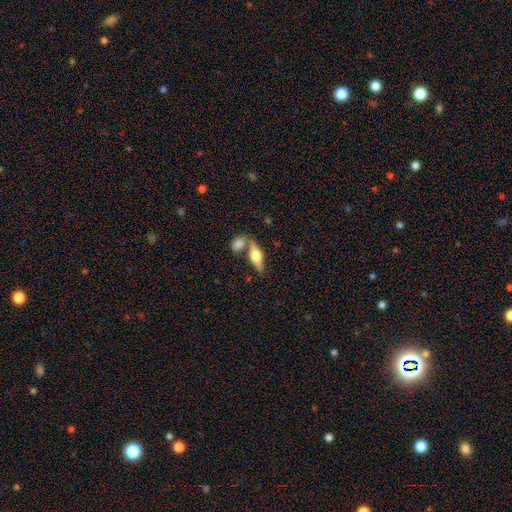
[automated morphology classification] Smooth or featured?
  - featured or disk: 56% *
  - smooth: 38%
  - star or artifact: 7%
Edge-on disk?
  - yes: 93% *
  - no: 7%
Edge-on bulge?
  - rounded: 94% *
  - boxy: 4%
  - none: 2%
Merging?
  - none: 64% *
  - merger: 22%
  - minor disturbance: 10%
  - major disturbance: 3%